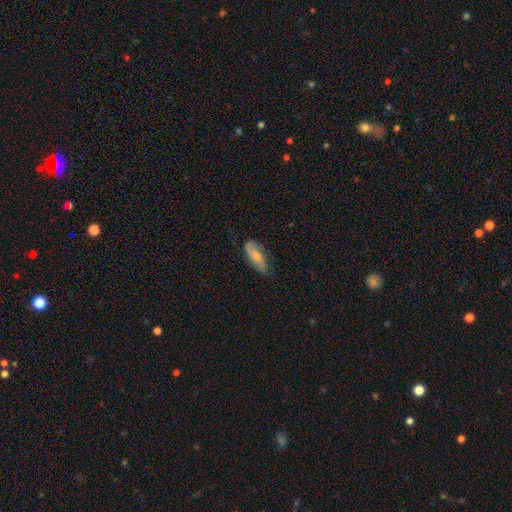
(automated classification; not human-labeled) Smooth or featured?
  - smooth: 58% *
  - featured or disk: 35%
  - star or artifact: 7%
How rounded?
  - in between: 76% *
  - cigar-shaped: 22%
  - round: 2%
Merging?
  - none: 61% *
  - minor disturbance: 27%
  - major disturbance: 10%
  - merger: 2%